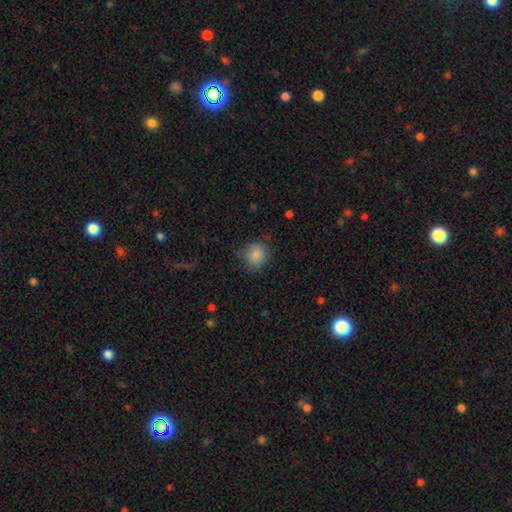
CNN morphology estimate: Smooth or featured? smooth (85%)
How rounded? round (80%)
Merging? none (72%)